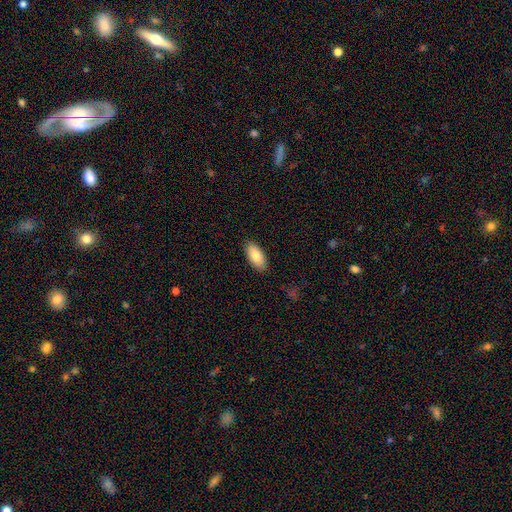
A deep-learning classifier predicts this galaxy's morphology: The model was most divided on "smooth or featured": smooth: 83%, featured or disk: 11%, star or artifact: 6%. More confident: how rounded — in between (91%); merging — none (88%).